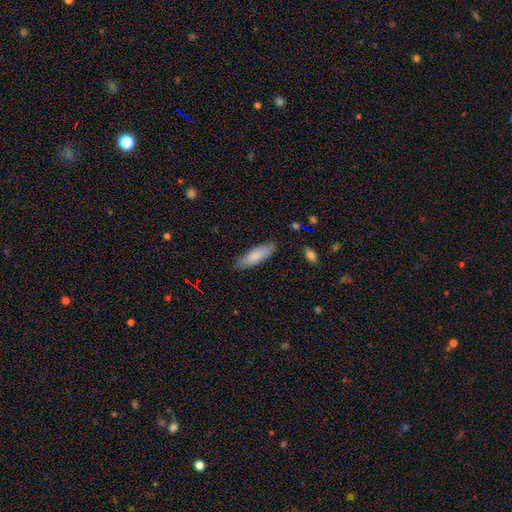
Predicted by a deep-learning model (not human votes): smooth 83%, featured or disk 12%, star or artifact 6%. Down the decision tree: how rounded — cigar-shaped (52%); merging — none (83%).